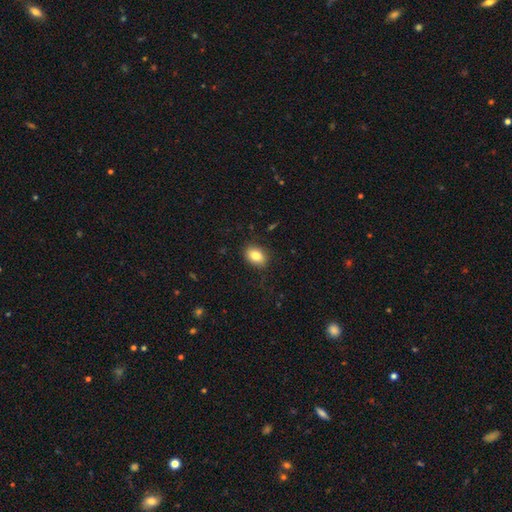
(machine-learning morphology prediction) Overall: smooth (83%). How rounded: in between (76%). Merging: none (85%).